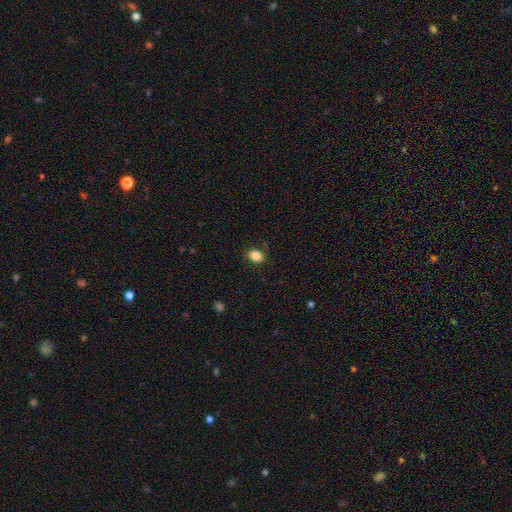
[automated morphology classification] Smooth or featured?
  - smooth: 85% *
  - star or artifact: 10%
  - featured or disk: 6%
How rounded?
  - in between: 64% *
  - round: 35%
  - cigar-shaped: 1%
Merging?
  - none: 87% *
  - minor disturbance: 10%
  - major disturbance: 2%
  - merger: 1%